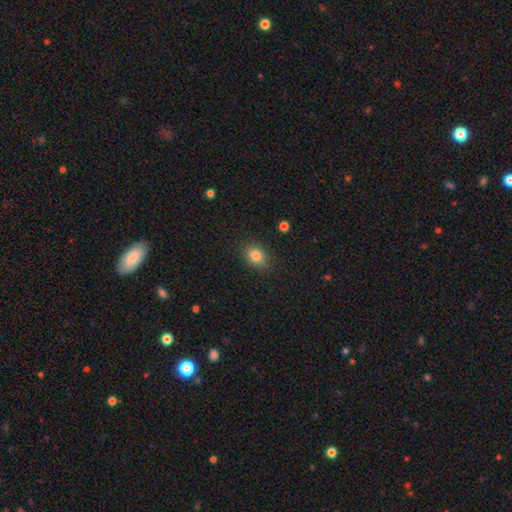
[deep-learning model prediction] Smooth or featured?
  - smooth: 84% *
  - star or artifact: 10%
  - featured or disk: 6%
How rounded?
  - in between: 60% *
  - round: 39%
  - cigar-shaped: 1%
Merging?
  - none: 86% *
  - minor disturbance: 10%
  - major disturbance: 3%
  - merger: 1%